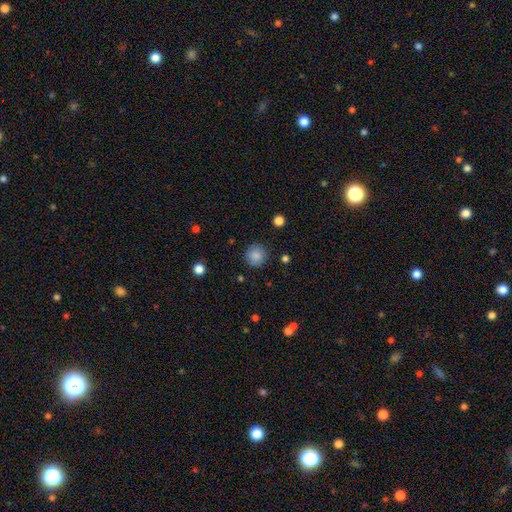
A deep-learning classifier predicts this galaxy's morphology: This appears to be a smooth galaxy with no disk features (87%) that is round (94%). Merging: none (88%).